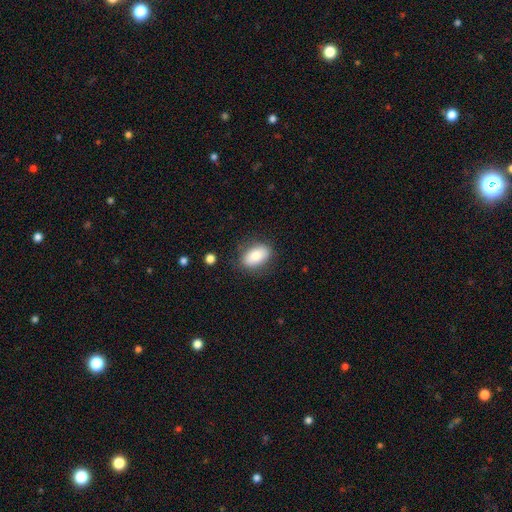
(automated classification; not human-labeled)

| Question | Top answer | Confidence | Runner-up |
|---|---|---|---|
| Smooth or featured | smooth | 81% | featured or disk (12%) |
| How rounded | in between | 91% | round (7%) |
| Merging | none | 82% | minor disturbance (13%) |